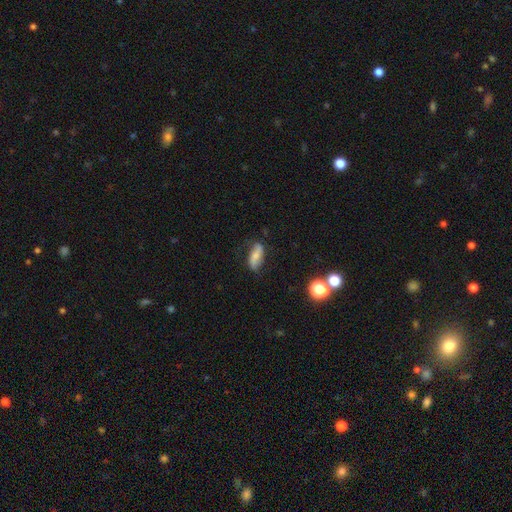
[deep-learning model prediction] The model was most divided on "smooth or featured": smooth: 52%, featured or disk: 38%, star or artifact: 10%. More confident: how rounded — in between (73%); merging — none (67%).